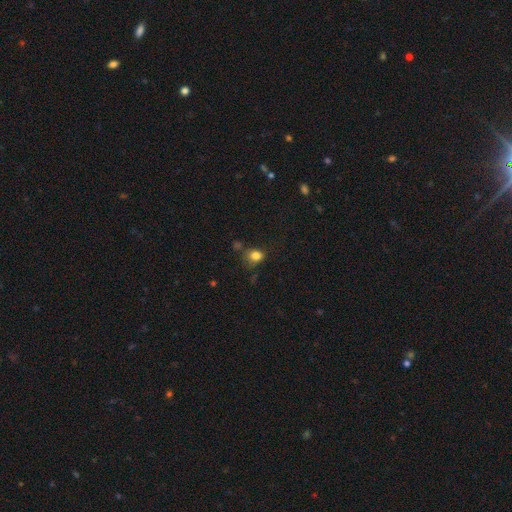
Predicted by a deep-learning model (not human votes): smooth 81%, star or artifact 12%, featured or disk 6%. Down the decision tree: how rounded — round (53%); merging — none (60%).